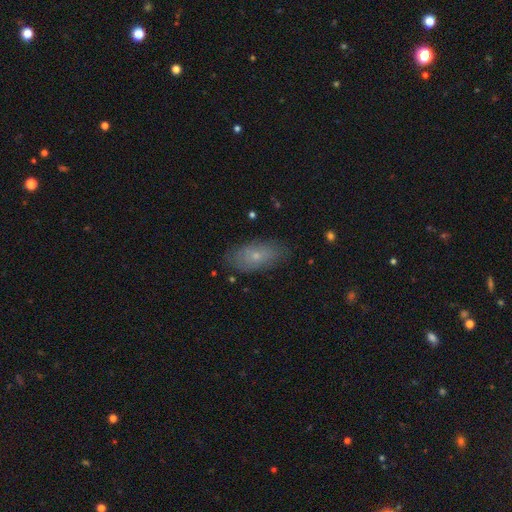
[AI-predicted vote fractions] Q: Smooth or featured?
A: smooth (57%); runner-up: featured or disk (35%)
Q: How rounded?
A: in between (88%); runner-up: cigar-shaped (8%)
Q: Merging?
A: none (79%); runner-up: minor disturbance (16%)